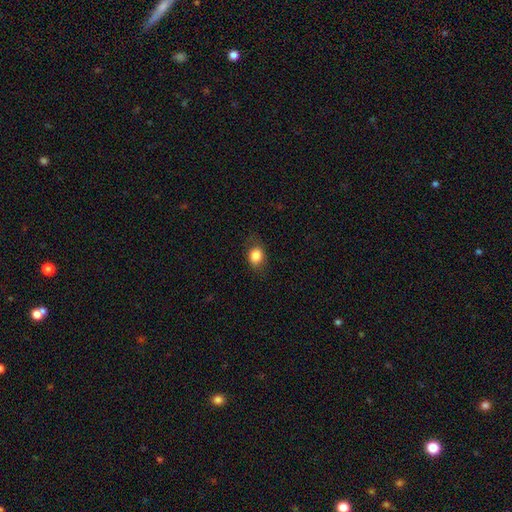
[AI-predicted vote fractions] A smooth galaxy with no disk features (83%) that is in between round and cigar-shaped (57%). Merging: none (77%).